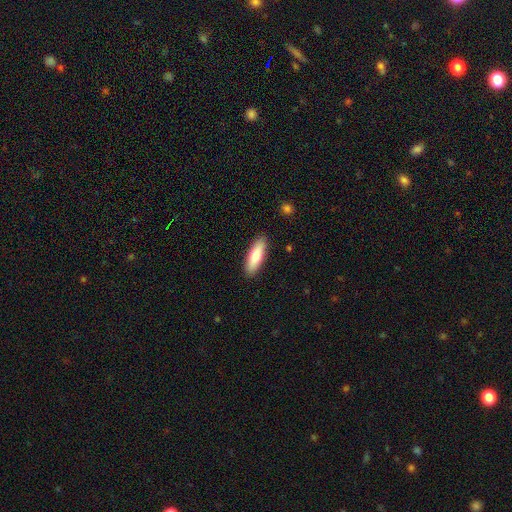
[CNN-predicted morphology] The model was most divided on "how rounded" (2-way tie): in between: 49%, cigar-shaped: 49%, round: 2%. More confident: merging — none (89%); smooth or featured — smooth (75%).